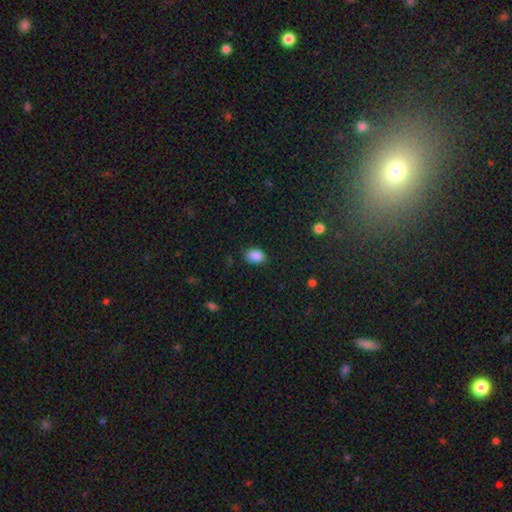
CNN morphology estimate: A smooth galaxy with no disk features (88%) that is in between round and cigar-shaped (73%).

Vote fractions:
- Smooth or featured? smooth: 88% / star or artifact: 9% / featured or disk: 3%
- How rounded? in between: 73% / round: 26% / cigar-shaped: 1%
- Merging? none: 81% / minor disturbance: 14% / major disturbance: 3% / merger: 1%